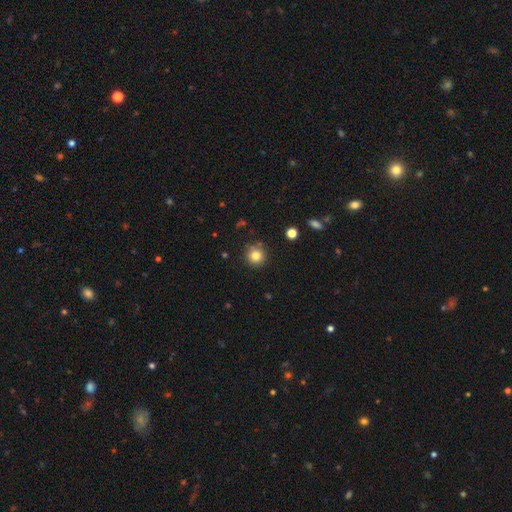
Volunteers were most divided on "smooth or featured": smooth: 82%, featured or disk: 13%, star or artifact: 5%. More confident: how rounded — round (97%); merging — none (92%).